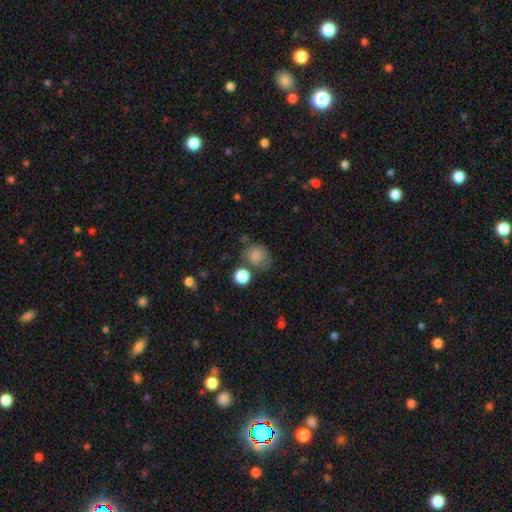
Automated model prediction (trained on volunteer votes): Overall: smooth (77%). How rounded: round (68%; in between 31%). Merging: none (53%; minor disturbance 23%).